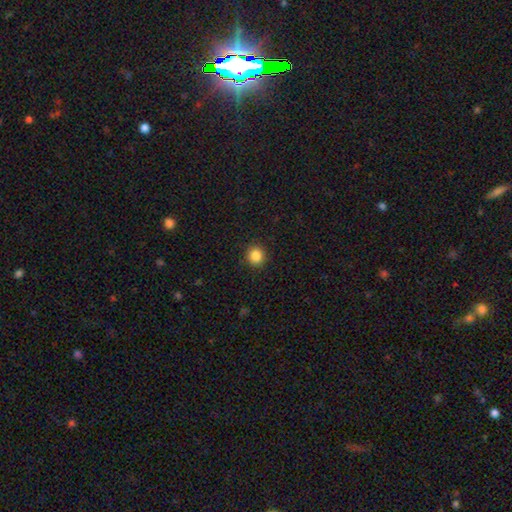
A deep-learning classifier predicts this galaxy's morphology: This appears to be a smooth galaxy with no disk features (86%) that is round (89%). Merging: none (91%).